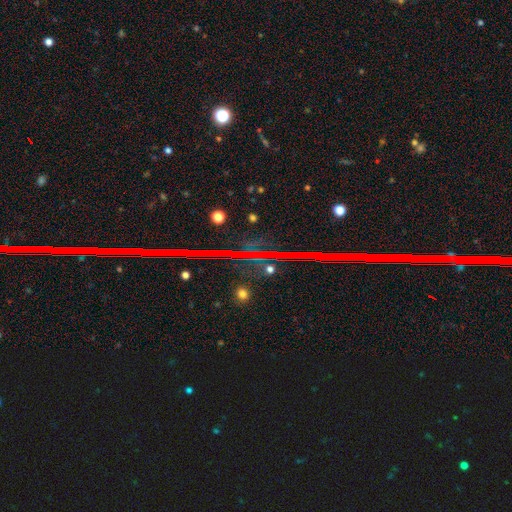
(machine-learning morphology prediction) A star or artifact, not a galaxy (72%).

Vote fractions:
- Smooth or featured? star or artifact: 72% / featured or disk: 16% / smooth: 13%